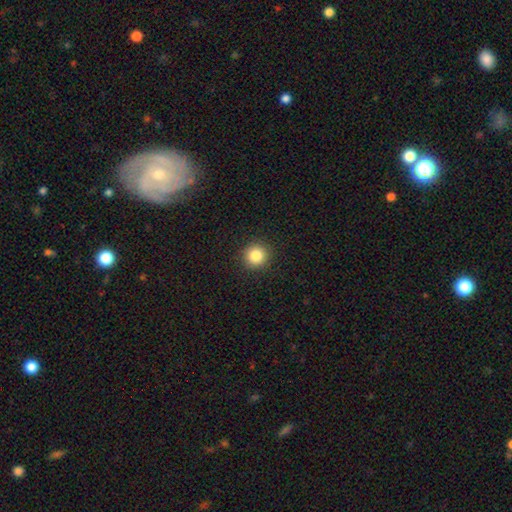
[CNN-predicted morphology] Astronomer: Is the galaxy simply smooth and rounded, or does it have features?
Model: smooth — 84%.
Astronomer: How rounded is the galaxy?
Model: round — 93%.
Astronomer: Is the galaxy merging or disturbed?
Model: none — 92%.